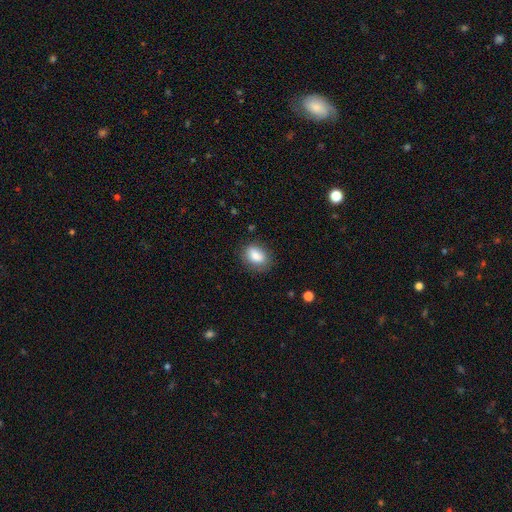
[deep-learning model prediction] The model was most divided on "how rounded": in between: 79%, round: 19%, cigar-shaped: 2%. More confident: smooth or featured — smooth (85%); merging — none (77%).